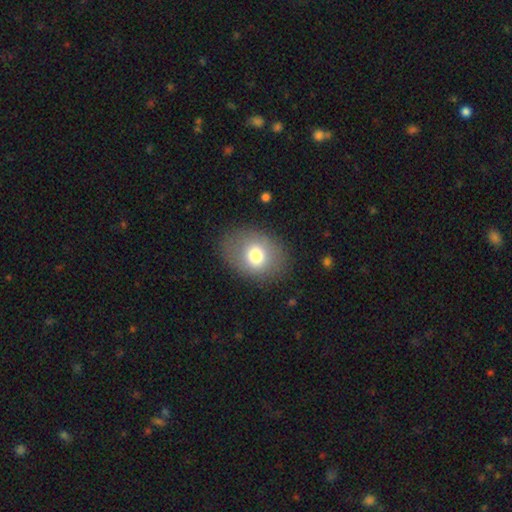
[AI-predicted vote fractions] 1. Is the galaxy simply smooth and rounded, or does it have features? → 73% smooth, 17% featured or disk, 10% star or artifact.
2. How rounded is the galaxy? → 62% in between, 37% round, 1% cigar-shaped.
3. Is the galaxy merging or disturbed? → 81% none, 12% minor disturbance, 6% major disturbance, 1% merger.